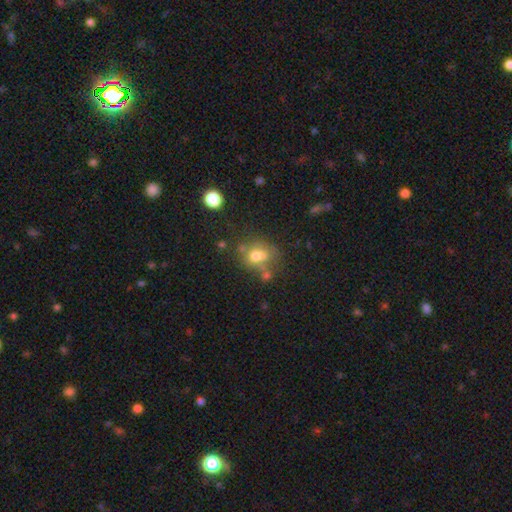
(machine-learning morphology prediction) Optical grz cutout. It shows a smooth galaxy with no disk features (63%) that is round (60%). Merging: none (46%).